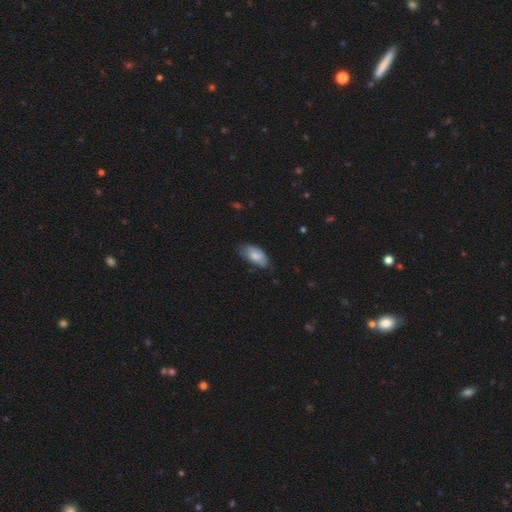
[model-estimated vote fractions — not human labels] A smooth galaxy with no disk features (79%) that is in between round and cigar-shaped (93%). Merging: none (61%).